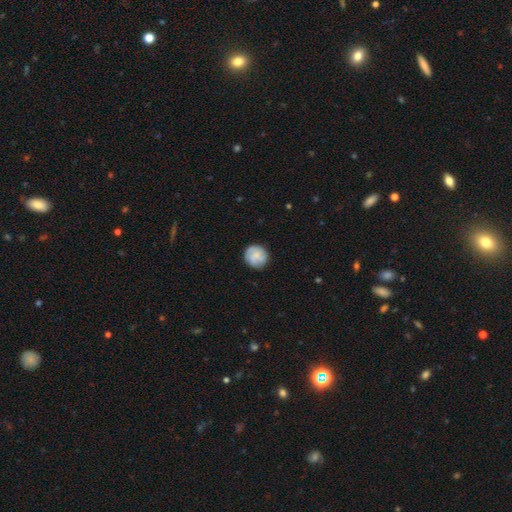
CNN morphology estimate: smooth 54%, featured or disk 39%, star or artifact 7%. Down the decision tree: how rounded — round (88%); merging — none (80%).